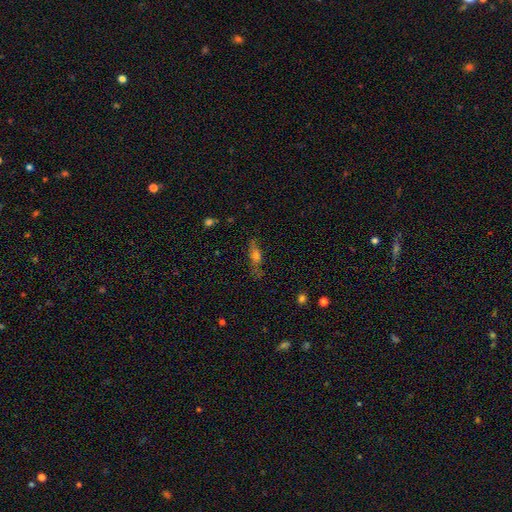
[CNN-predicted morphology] smooth_or_featured: smooth (p=0.49) [alt: featured or disk p=0.38]
merging: none (p=0.69) [alt: minor disturbance p=0.21]